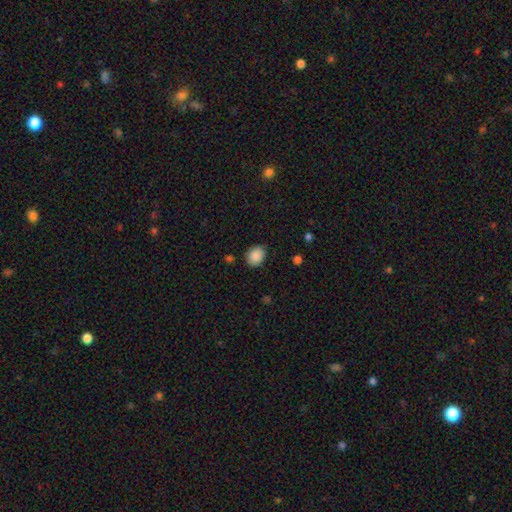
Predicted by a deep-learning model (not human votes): Q: Smooth or featured?
A: smooth (88%); runner-up: star or artifact (9%)
Q: How rounded?
A: in between (55%); runner-up: round (44%)
Q: Merging?
A: none (82%); runner-up: minor disturbance (14%)